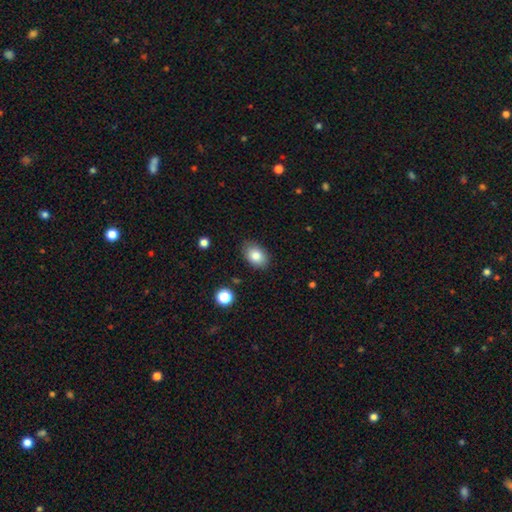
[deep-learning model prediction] Overall: smooth (83%). How rounded: in between (81%). Merging: none (83%).